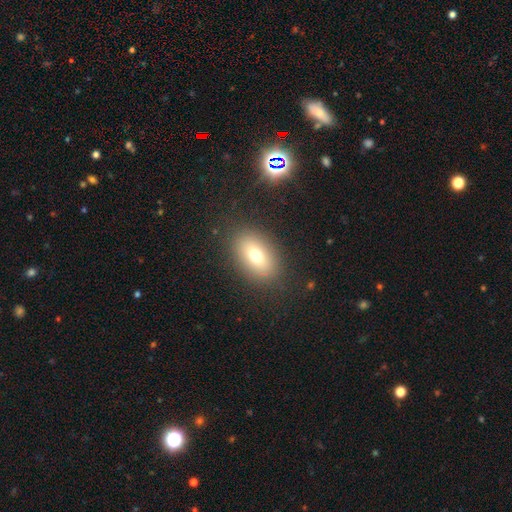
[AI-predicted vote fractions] Smooth or featured: smooth — 73% (featured or disk — 16%)
How rounded: in between — 86% (round — 12%)
Merging: none — 85% (minor disturbance — 9%)